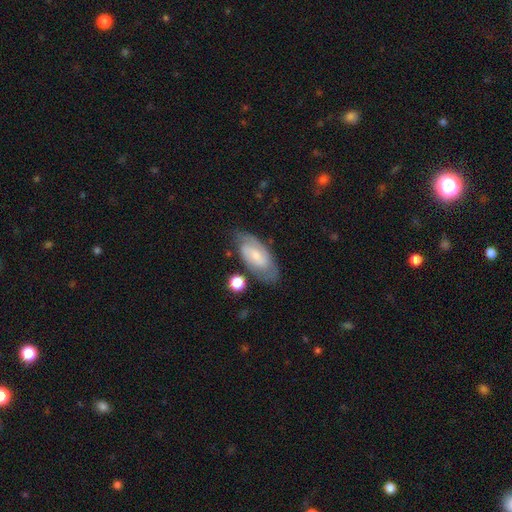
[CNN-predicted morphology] Smooth or featured: featured or disk — 62% (smooth — 32%)
Edge-on disk: no — 92% (yes — 8%)
Bar: no — 44% (weak — 43%)
Spiral arms: yes — 85% (no — 15%)
Bulge size: small — 56% (moderate — 31%)
Merging: none — 68% (minor disturbance — 20%)